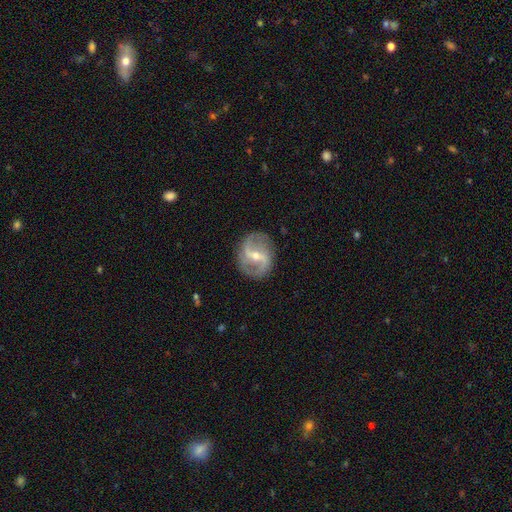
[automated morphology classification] Smooth or featured?
  - featured or disk: 85% *
  - smooth: 9%
  - star or artifact: 5%
Edge-on disk?
  - no: 97% *
  - yes: 3%
Bar?
  - strong: 46% *
  - weak: 40%
  - no: 14%
Spiral arms?
  - yes: 92% *
  - no: 8%
Spiral winding?
  - medium: 42% * (tied)
  - loose: 42% * (tied)
  - tight: 15%
Spiral arm count?
  - 2: 89% *
  - can't tell: 5%
  - 1: 2%
  - 3: 2%
  - 4: 1%
  - more than 4: 1%
Bulge size?
  - small: 52% *
  - moderate: 44%
  - large: 1%
  - none: 1%
  - dominant: 1%
Merging?
  - none: 83% *
  - minor disturbance: 11%
  - major disturbance: 4%
  - merger: 1%